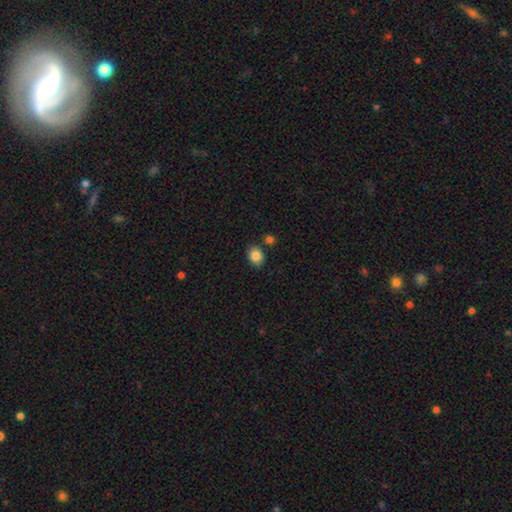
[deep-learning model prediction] Overall: smooth (86%). How rounded: in between (60%; round 39%). Merging: none (80%).